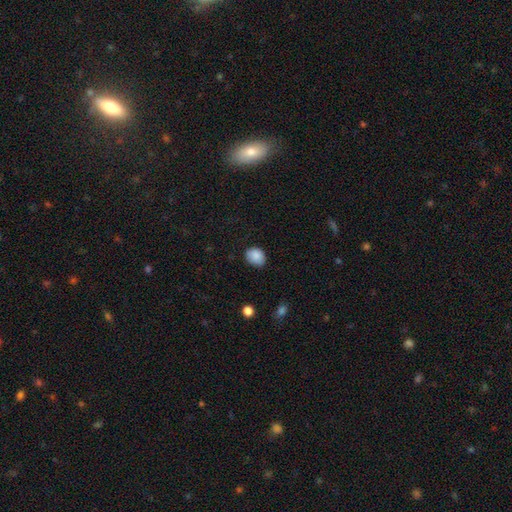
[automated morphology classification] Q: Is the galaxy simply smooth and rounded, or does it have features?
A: smooth — 87%.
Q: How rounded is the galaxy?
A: in between — 50%.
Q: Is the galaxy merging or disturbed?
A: none — 76%.